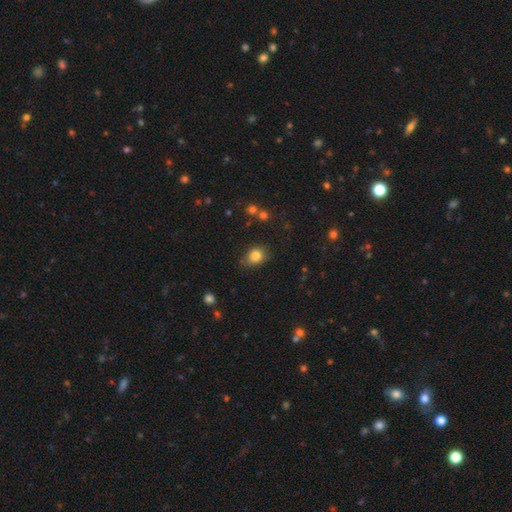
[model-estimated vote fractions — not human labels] smooth 81%, star or artifact 10%, featured or disk 9%. Down the decision tree: how rounded — in between (60%); merging — none (67%).